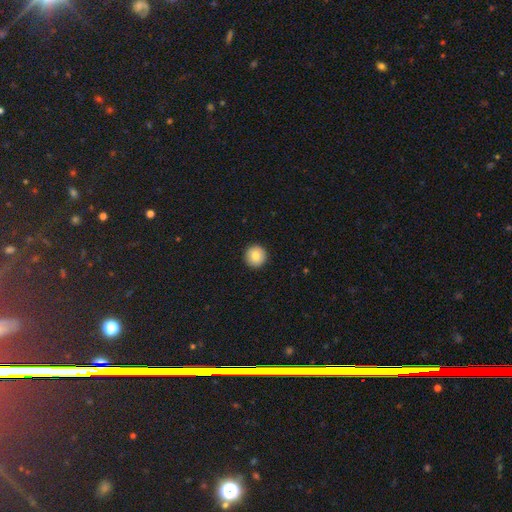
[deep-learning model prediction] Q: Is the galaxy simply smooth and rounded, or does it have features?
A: smooth — 82%.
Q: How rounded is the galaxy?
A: round — 96%.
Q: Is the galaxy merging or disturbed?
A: none — 93%.